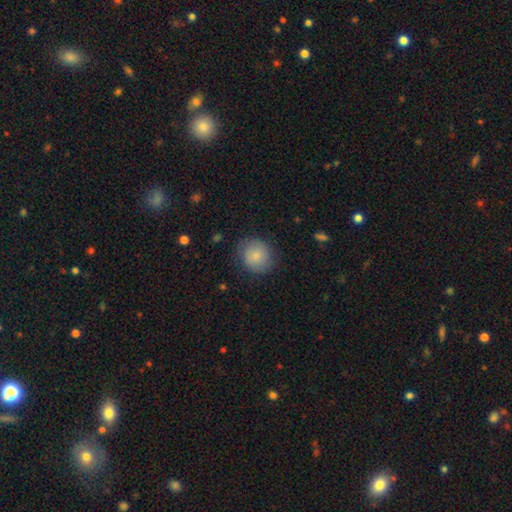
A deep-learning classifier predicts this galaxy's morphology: Overall: smooth (83%). How rounded: round (82%). Merging: none (80%).